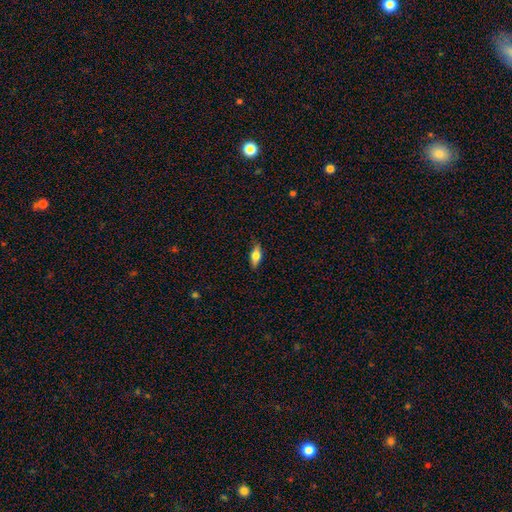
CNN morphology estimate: Q: Smooth or featured?
A: smooth (60%); runner-up: featured or disk (32%)
Q: How rounded?
A: in between (69%); runner-up: cigar-shaped (27%)
Q: Merging?
A: none (83%); runner-up: minor disturbance (13%)